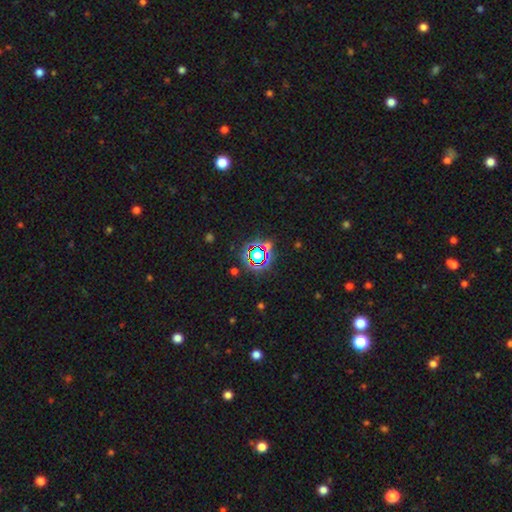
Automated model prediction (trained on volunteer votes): A star or artifact, not a galaxy (69%).